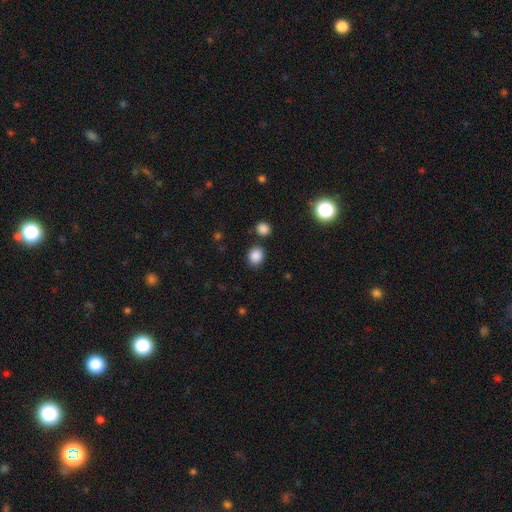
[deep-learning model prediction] Smooth or featured?
  - smooth: 86% *
  - star or artifact: 11%
  - featured or disk: 3%
How rounded?
  - round: 75% *
  - in between: 24%
  - cigar-shaped: 1%
Merging?
  - none: 83% *
  - minor disturbance: 9%
  - merger: 6%
  - major disturbance: 3%